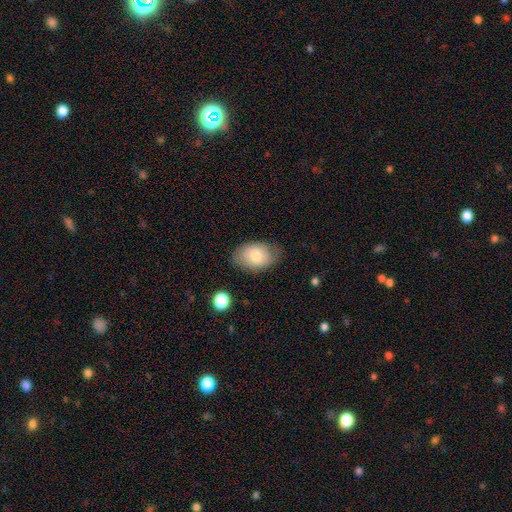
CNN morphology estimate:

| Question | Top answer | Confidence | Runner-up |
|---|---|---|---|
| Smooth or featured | smooth | 75% | featured or disk (18%) |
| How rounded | in between | 86% | round (13%) |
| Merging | none | 72% | minor disturbance (21%) |